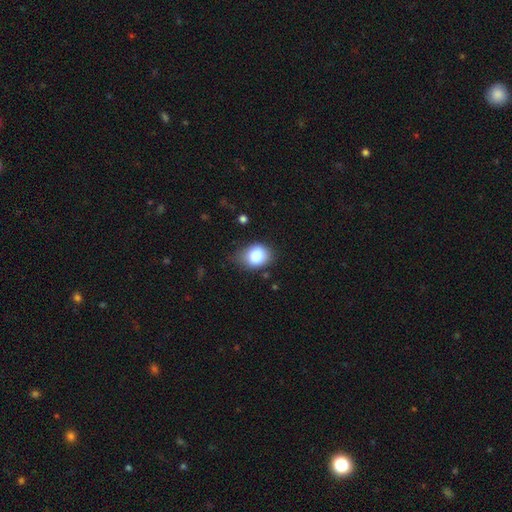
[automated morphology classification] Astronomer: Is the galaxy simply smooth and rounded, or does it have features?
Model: smooth — 83%.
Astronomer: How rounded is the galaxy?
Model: in between — 50% (runner-up: round, 49%).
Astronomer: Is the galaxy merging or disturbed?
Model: none — 67%.